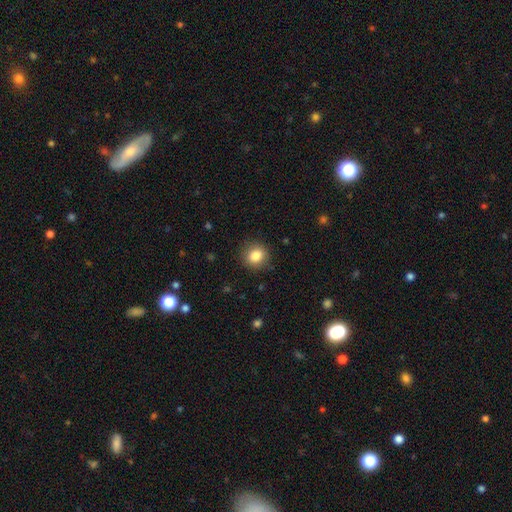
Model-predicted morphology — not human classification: This is clearly a smooth galaxy (84%). How rounded: clearly round (81%). Merging: clearly none (88%).